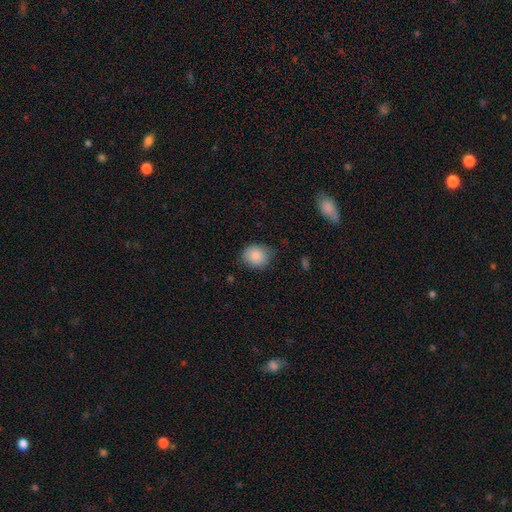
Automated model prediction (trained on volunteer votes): This is clearly a smooth galaxy (87%). How rounded: likely round (72%). Merging: likely none (77%).